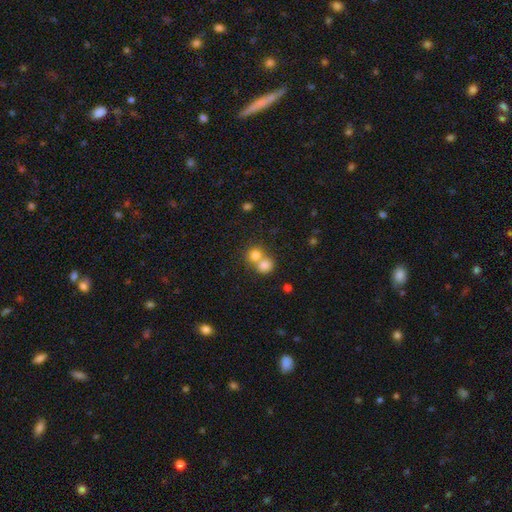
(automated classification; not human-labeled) smooth-or-featured: smooth: 78% | star or artifact: 11% | featured or disk: 10%
  how-rounded: round: 79% | in between: 20% | cigar-shaped: 1%
  merging: merger: 56% | none: 36% | minor disturbance: 5% | major disturbance: 3%